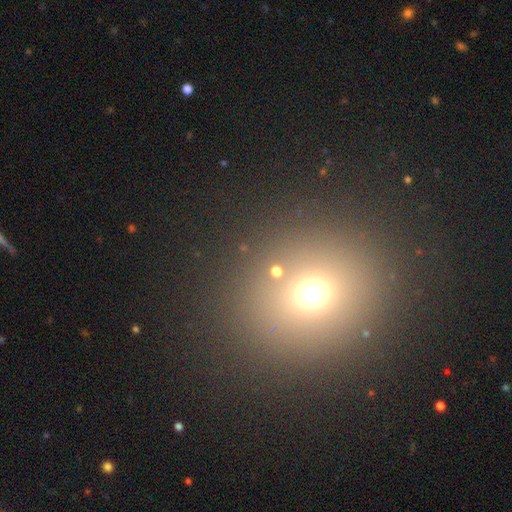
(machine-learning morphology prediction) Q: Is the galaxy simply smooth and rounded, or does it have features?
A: smooth — 63%.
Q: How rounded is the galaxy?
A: round — 80%.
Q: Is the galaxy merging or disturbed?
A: none — 87%.